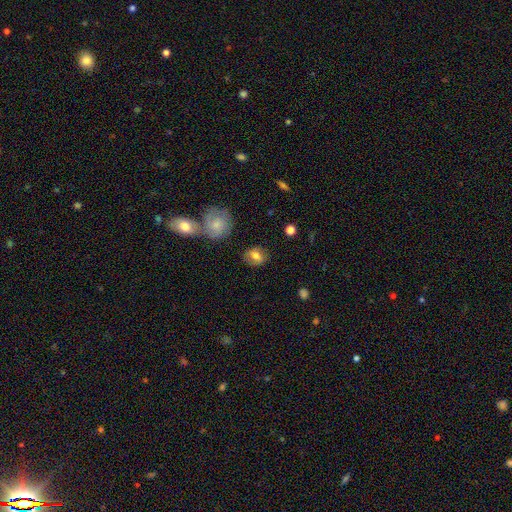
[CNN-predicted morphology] Smooth or featured?
  - smooth: 69% *
  - featured or disk: 22%
  - star or artifact: 9%
How rounded?
  - round: 50% *
  - in between: 49%
  - cigar-shaped: 2%
Merging?
  - none: 81% *
  - minor disturbance: 12%
  - major disturbance: 4%
  - merger: 3%